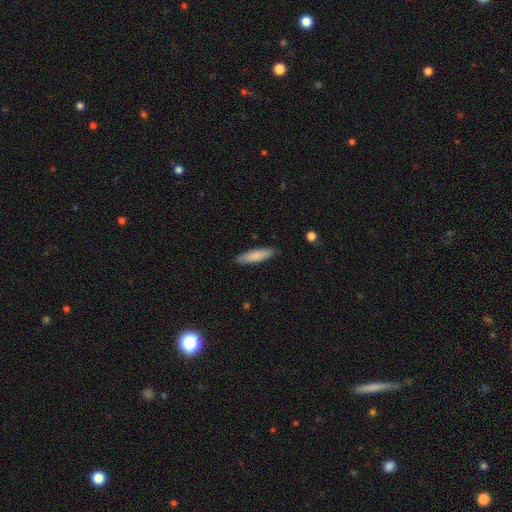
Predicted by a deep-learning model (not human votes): Q: Smooth or featured?
A: smooth (83%); runner-up: featured or disk (12%)
Q: How rounded?
A: cigar-shaped (70%); runner-up: in between (29%)
Q: Merging?
A: none (87%); runner-up: minor disturbance (10%)